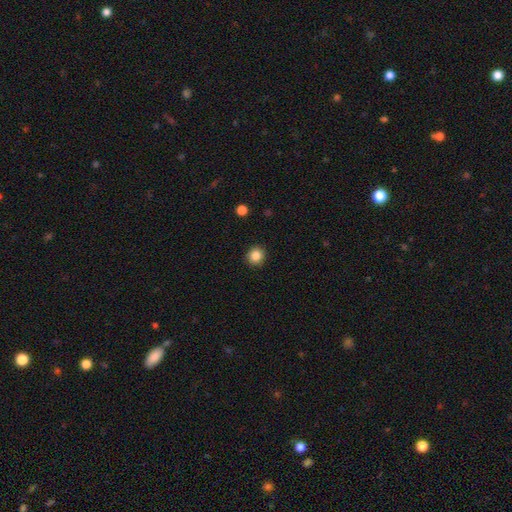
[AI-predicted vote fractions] Q: Smooth or featured?
A: smooth (85%); runner-up: star or artifact (10%)
Q: How rounded?
A: round (90%); runner-up: in between (9%)
Q: Merging?
A: none (92%); runner-up: minor disturbance (6%)